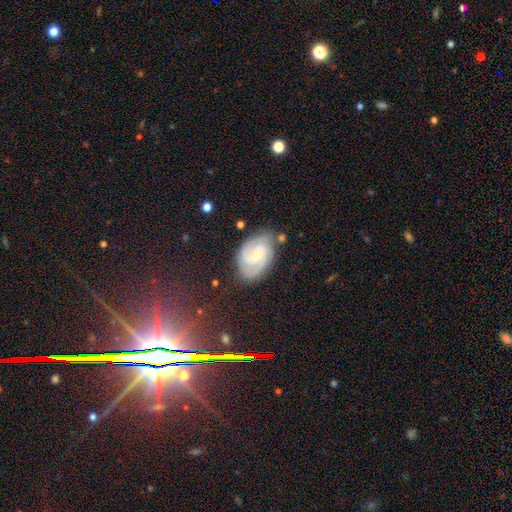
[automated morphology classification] Smooth or featured: featured or disk — 84% (smooth — 11%)
Edge-on disk: no — 97% (yes — 3%)
Bar: no — 52% (weak — 41%)
Spiral arms: yes — 96% (no — 4%)
Spiral winding: tight — 54% (medium — 39%)
Spiral arm count: 2 — 51% (3 — 26%)
Bulge size: small — 58% (moderate — 39%)
Merging: none — 73% (minor disturbance — 19%)